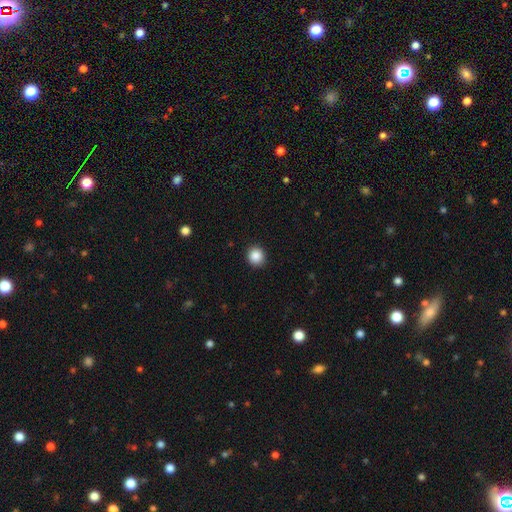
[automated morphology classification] Smooth or featured?
  - smooth: 88% *
  - star or artifact: 9%
  - featured or disk: 3%
How rounded?
  - round: 91% *
  - in between: 8%
  - cigar-shaped: 1%
Merging?
  - none: 92% *
  - minor disturbance: 6%
  - major disturbance: 2%
  - merger: 1%